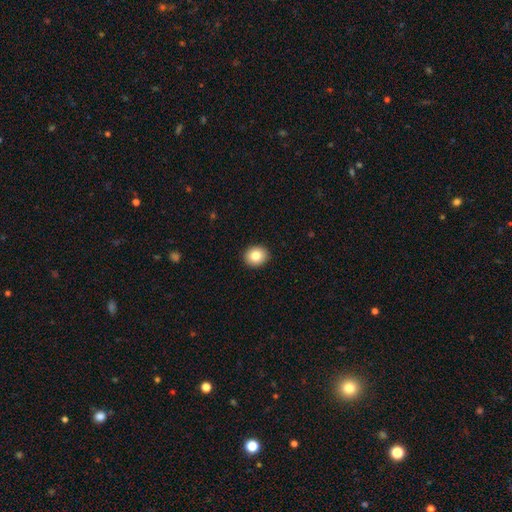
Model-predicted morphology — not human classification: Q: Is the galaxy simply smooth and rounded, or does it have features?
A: smooth — 82%.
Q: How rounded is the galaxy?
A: round — 78%.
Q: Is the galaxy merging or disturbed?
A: none — 92%.